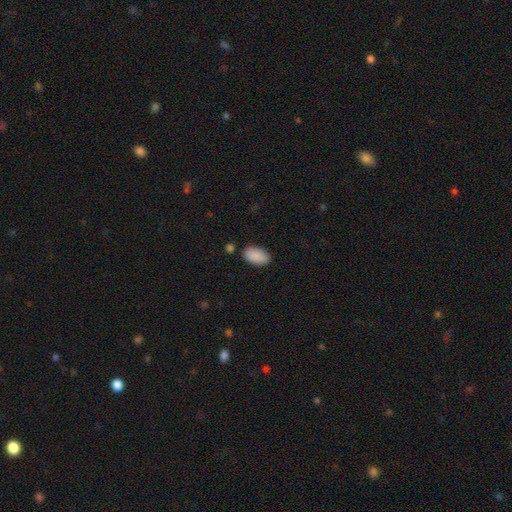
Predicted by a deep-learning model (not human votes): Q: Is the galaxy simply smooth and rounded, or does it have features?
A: smooth — 90%.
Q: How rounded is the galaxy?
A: in between — 95%.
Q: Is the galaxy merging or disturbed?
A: none — 84%.